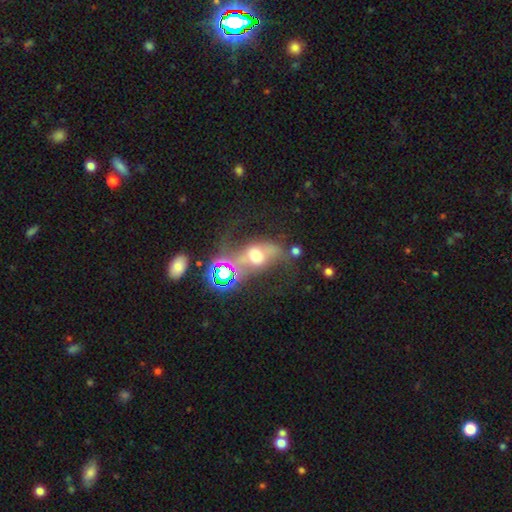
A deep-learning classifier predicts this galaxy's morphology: smooth-or-featured: featured or disk: 49% | smooth: 28% | star or artifact: 23%
  merging: none: 33% | major disturbance: 32% | minor disturbance: 18% | merger: 17%